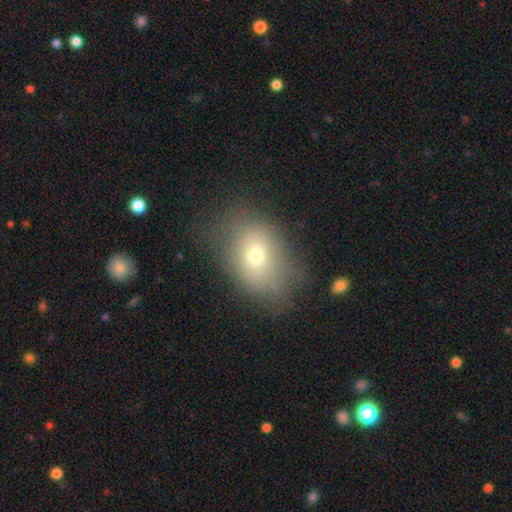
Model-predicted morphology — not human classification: Overall: smooth (67%). How rounded: in between (66%; round 33%). Merging: none (66%).